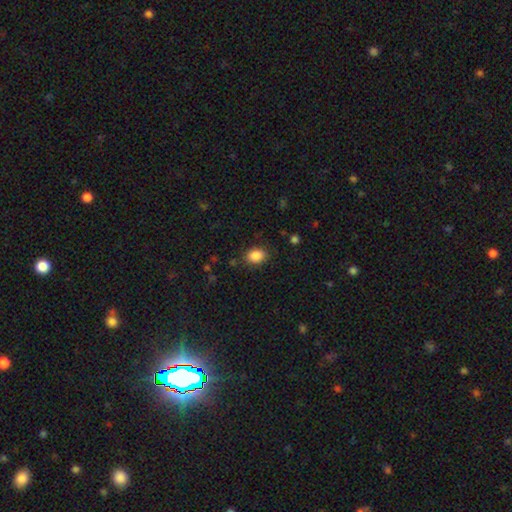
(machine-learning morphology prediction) The model was most divided on "how rounded": in between: 72%, round: 27%, cigar-shaped: 1%. More confident: smooth or featured — smooth (88%); merging — none (82%).